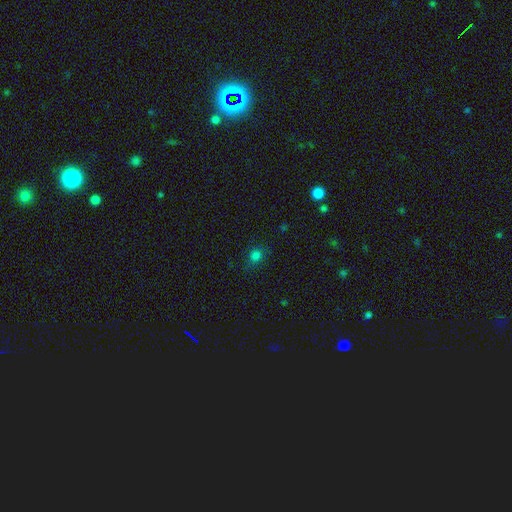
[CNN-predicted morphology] Smooth or featured?
  - smooth: 77% *
  - star or artifact: 18%
  - featured or disk: 6%
How rounded?
  - round: 70% *
  - in between: 28%
  - cigar-shaped: 1%
Merging?
  - none: 78% *
  - minor disturbance: 16%
  - major disturbance: 5%
  - merger: 1%